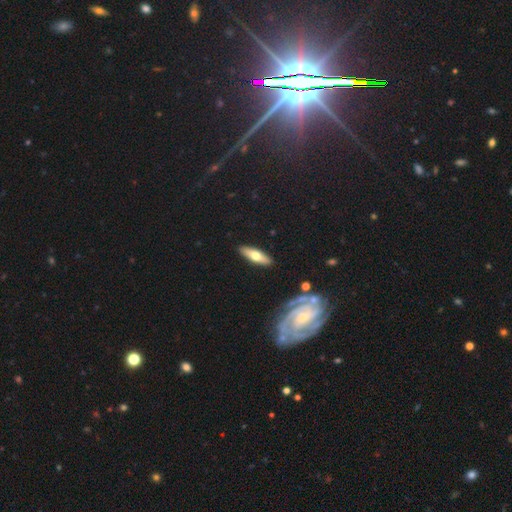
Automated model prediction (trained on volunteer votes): Smooth or featured: smooth — 53% (featured or disk — 41%)
How rounded: cigar-shaped — 56% (in between — 41%)
Merging: none — 88% (minor disturbance — 9%)